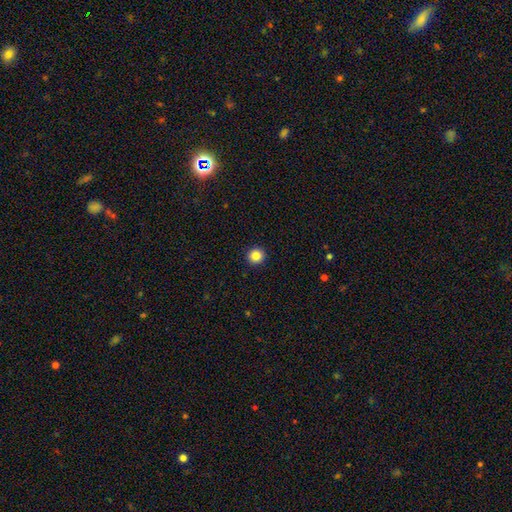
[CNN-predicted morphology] The model was most divided on "smooth or featured": smooth: 85%, star or artifact: 10%, featured or disk: 5%. More confident: how rounded — round (94%); merging — none (93%).